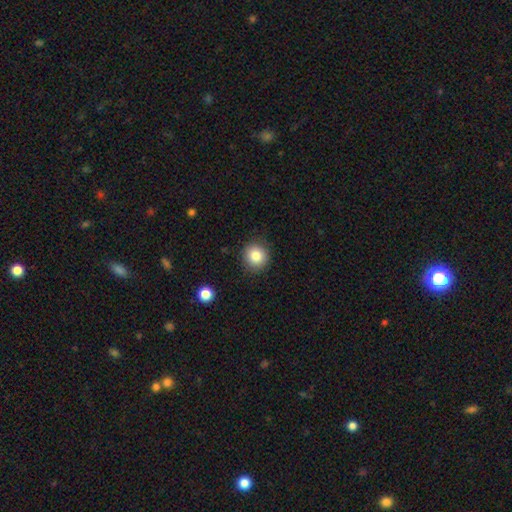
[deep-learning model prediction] Smooth or featured: smooth — 82% (star or artifact — 10%)
How rounded: round — 91% (in between — 8%)
Merging: none — 89% (minor disturbance — 8%)